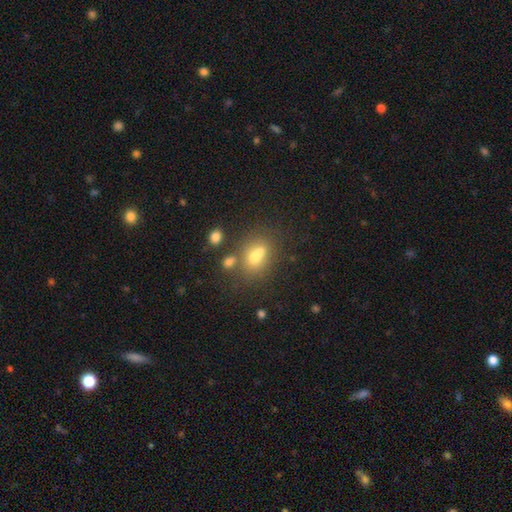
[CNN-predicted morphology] The model was most divided on "merging": none: 42%, merger: 41%, minor disturbance: 11%, major disturbance: 5%. More confident: smooth or featured — smooth (64%); how rounded — in between (54%).